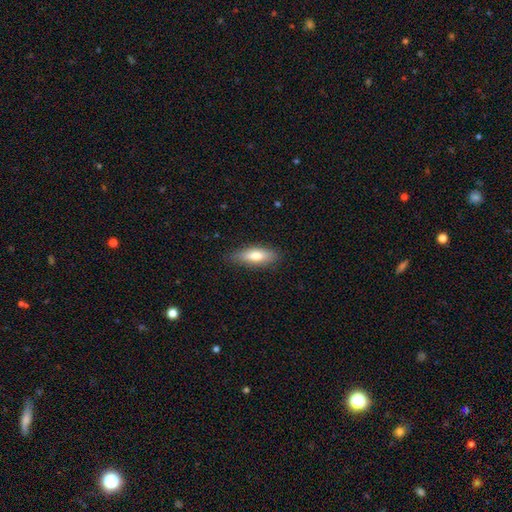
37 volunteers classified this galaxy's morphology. Volunteers were most divided on "how rounded": in between: 58%, cigar-shaped: 42%, round: 0%. More confident: smooth or featured — smooth (84%); merging — none (83%).